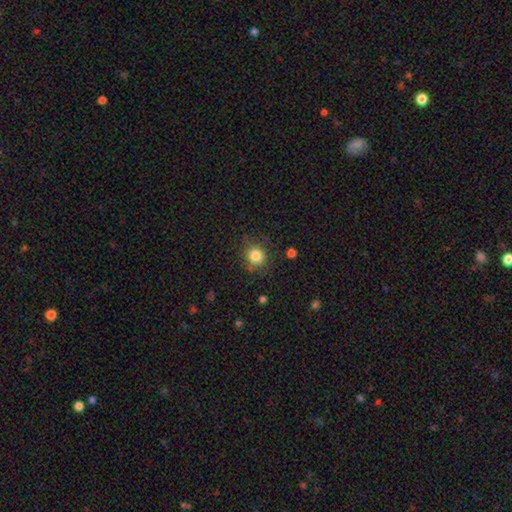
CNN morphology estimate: The model was most divided on "merging": none: 80%, minor disturbance: 13%, major disturbance: 4%, merger: 3%. More confident: how rounded — round (84%); smooth or featured — smooth (83%).